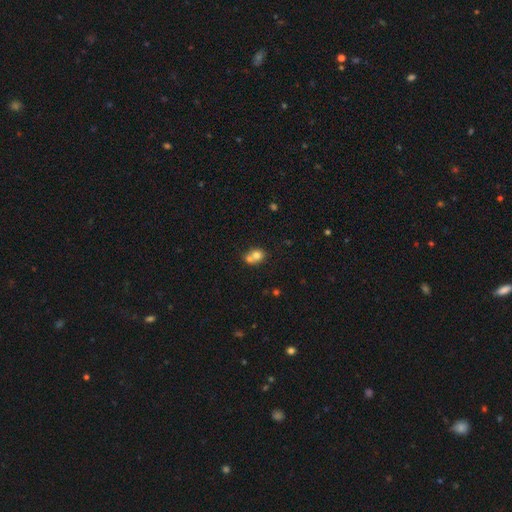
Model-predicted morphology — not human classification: smooth-or-featured: smooth: 74% | featured or disk: 16% | star or artifact: 11%
  how-rounded: round: 68% | in between: 31% | cigar-shaped: 1%
  merging: merger: 58% | none: 32% | minor disturbance: 7% | major disturbance: 3%